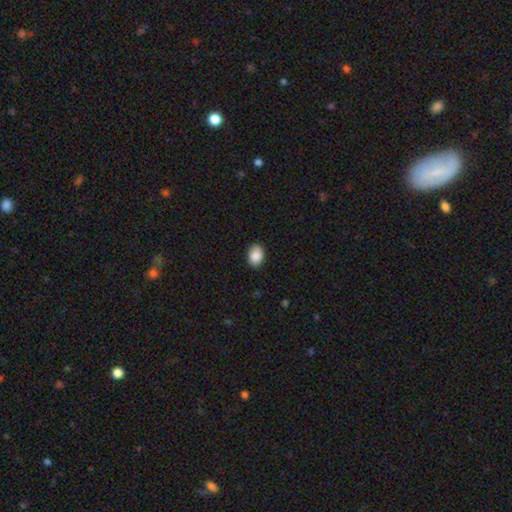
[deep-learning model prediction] This appears to be a smooth galaxy with no disk features (88%) that is in between round and cigar-shaped (74%). Merging: none (87%).